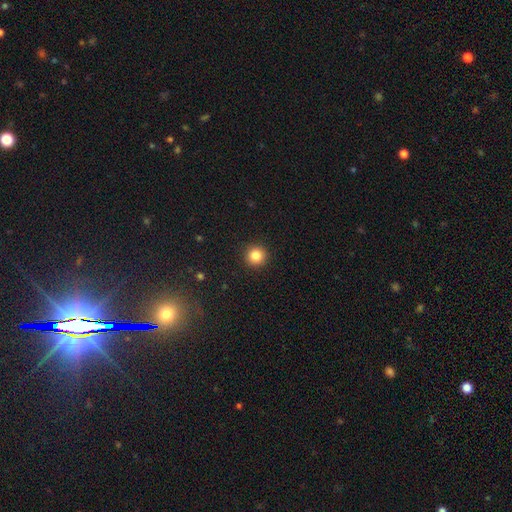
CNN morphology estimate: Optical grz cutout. It shows a smooth galaxy with no disk features (84%) that is round (95%). Merging: none (93%).